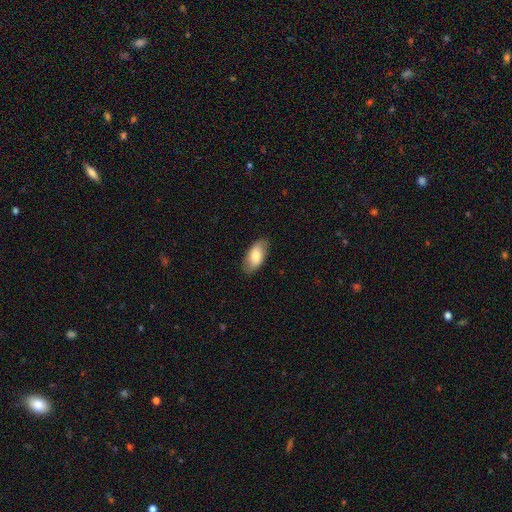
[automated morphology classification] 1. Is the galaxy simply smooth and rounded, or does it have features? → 76% smooth, 18% featured or disk, 6% star or artifact.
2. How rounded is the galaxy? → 93% in between, 4% cigar-shaped, 3% round.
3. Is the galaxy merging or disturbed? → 84% none, 12% minor disturbance, 3% major disturbance, 1% merger.